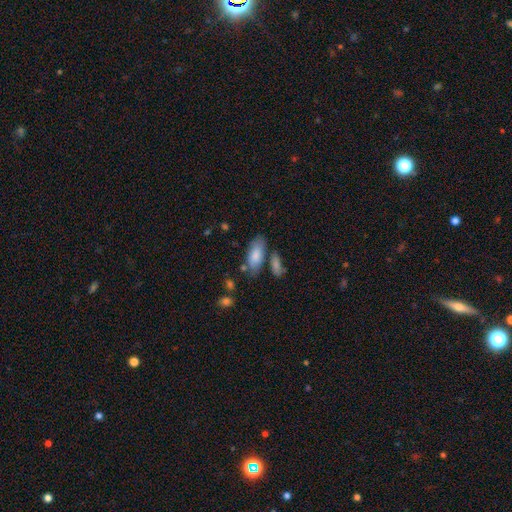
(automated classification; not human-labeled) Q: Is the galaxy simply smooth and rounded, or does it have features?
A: smooth — 81%.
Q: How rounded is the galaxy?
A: in between — 85%.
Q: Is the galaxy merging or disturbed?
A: none — 62%.